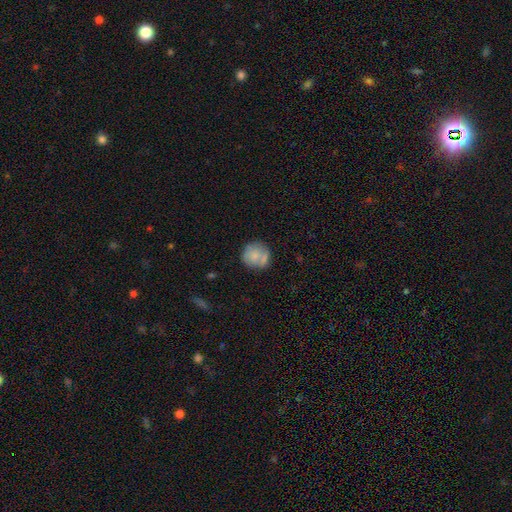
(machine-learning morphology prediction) A smooth galaxy with no disk features (69%) that is round (90%).

Vote fractions:
- Smooth or featured? smooth: 69% / featured or disk: 23% / star or artifact: 8%
- How rounded? round: 90% / in between: 9% / cigar-shaped: 1%
- Merging? none: 65% / minor disturbance: 19% / merger: 9% / major disturbance: 6%